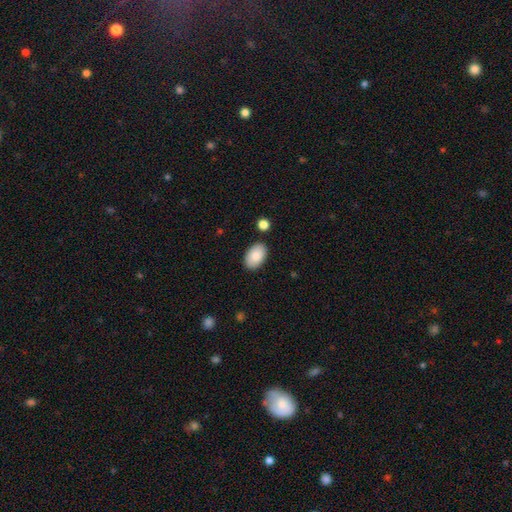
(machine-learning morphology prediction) type=smooth (87%); roundness=in between (93%); merging=none (86%).